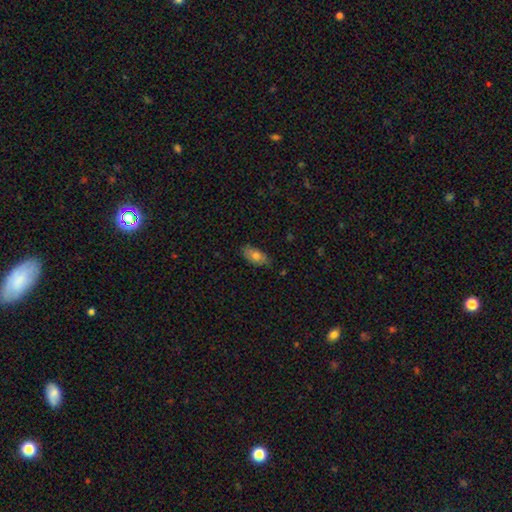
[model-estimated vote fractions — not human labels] Smooth or featured? smooth (74%)
How rounded? in between (90%)
Merging? none (74%)